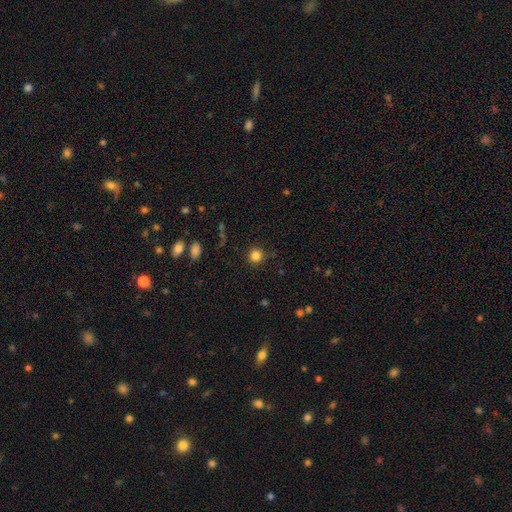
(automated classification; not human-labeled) A smooth galaxy with no disk features (83%) that is round (94%).

Vote fractions:
- Smooth or featured? smooth: 83% / star or artifact: 12% / featured or disk: 5%
- How rounded? round: 94% / in between: 5% / cigar-shaped: 1%
- Merging? none: 90% / minor disturbance: 6% / major disturbance: 2% / merger: 1%